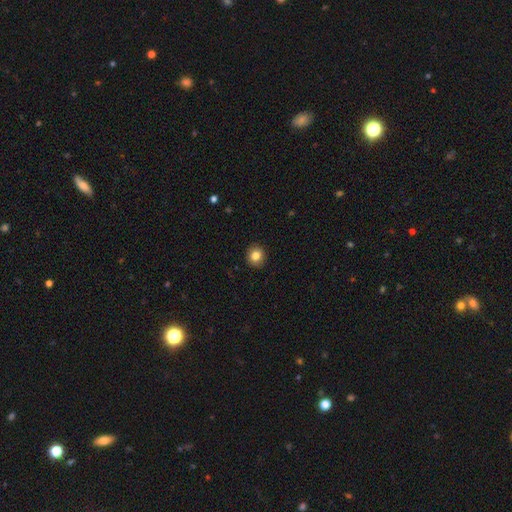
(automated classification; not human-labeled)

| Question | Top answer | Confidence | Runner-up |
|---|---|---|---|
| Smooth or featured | smooth | 83% | star or artifact (10%) |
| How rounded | round | 90% | in between (10%) |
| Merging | none | 92% | minor disturbance (6%) |